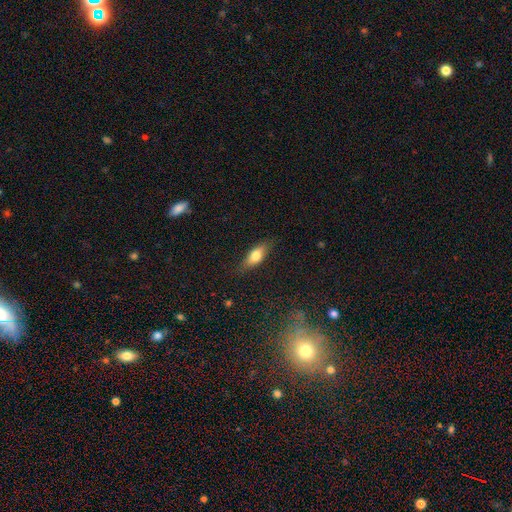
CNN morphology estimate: Smooth or featured? smooth (69%)
How rounded? in between (69%)
Merging? none (81%)